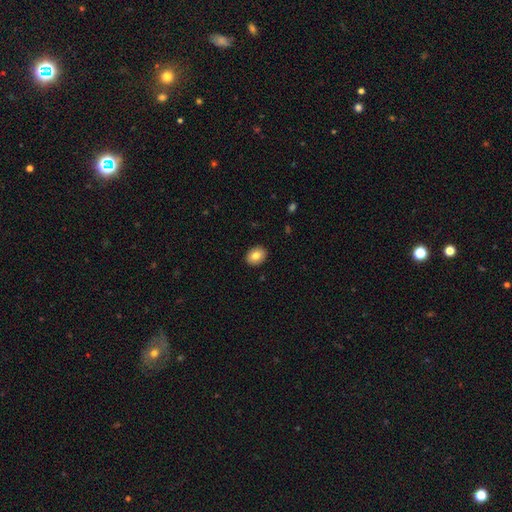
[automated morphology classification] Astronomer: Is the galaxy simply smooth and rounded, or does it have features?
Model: smooth — 80%.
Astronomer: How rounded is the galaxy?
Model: in between — 59% (runner-up: round, 40%).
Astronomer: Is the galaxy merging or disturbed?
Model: none — 91%.